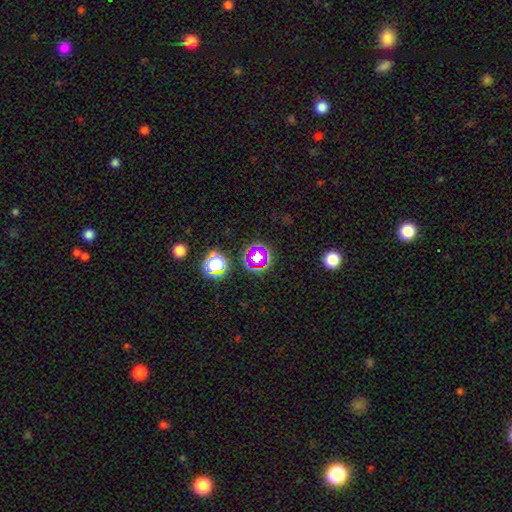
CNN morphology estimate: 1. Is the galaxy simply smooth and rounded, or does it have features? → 55% star or artifact, 34% smooth, 12% featured or disk.